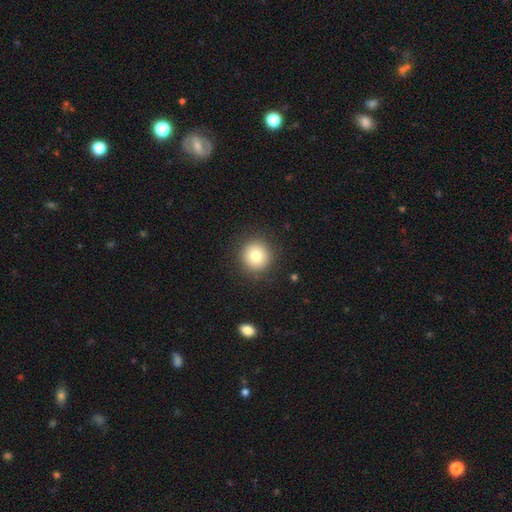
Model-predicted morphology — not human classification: A smooth galaxy with no disk features (80%) that is round (94%). Merging: none (90%).